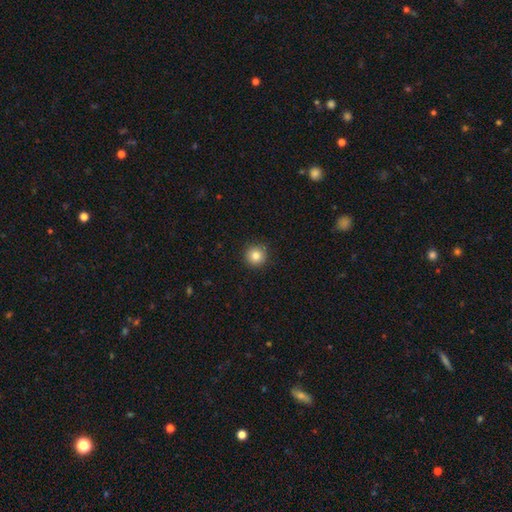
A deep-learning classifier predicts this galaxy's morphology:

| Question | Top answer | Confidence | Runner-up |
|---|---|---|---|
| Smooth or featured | smooth | 84% | star or artifact (10%) |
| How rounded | round | 95% | in between (4%) |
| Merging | none | 91% | minor disturbance (6%) |